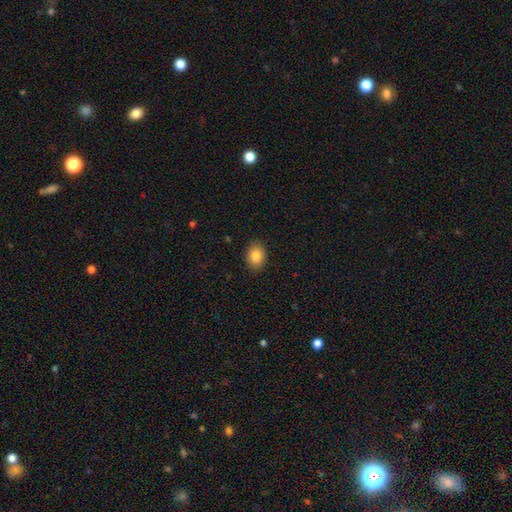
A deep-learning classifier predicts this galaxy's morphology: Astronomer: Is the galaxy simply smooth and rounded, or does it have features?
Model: smooth — 86%.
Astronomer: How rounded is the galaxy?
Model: in between — 73%.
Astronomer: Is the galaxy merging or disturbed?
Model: none — 88%.